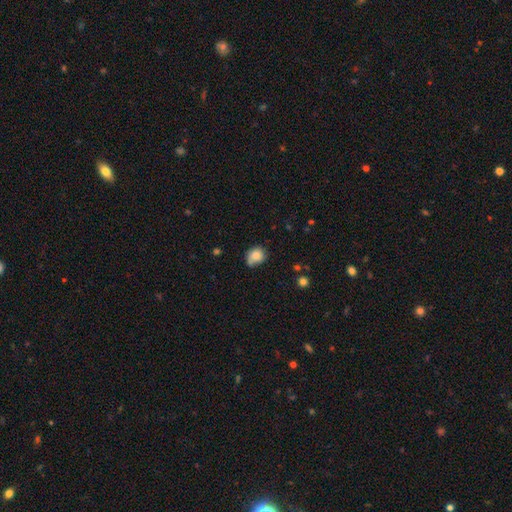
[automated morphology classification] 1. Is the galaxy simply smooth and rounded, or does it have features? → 79% smooth, 12% featured or disk, 9% star or artifact.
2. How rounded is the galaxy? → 66% round, 33% in between, 1% cigar-shaped.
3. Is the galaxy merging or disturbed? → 50% none, 34% minor disturbance, 11% major disturbance, 6% merger.